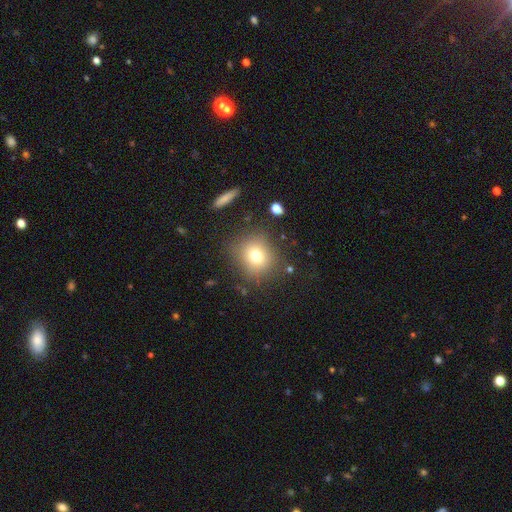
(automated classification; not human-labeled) Overall: smooth (74%). How rounded: round (85%). Merging: none (83%).